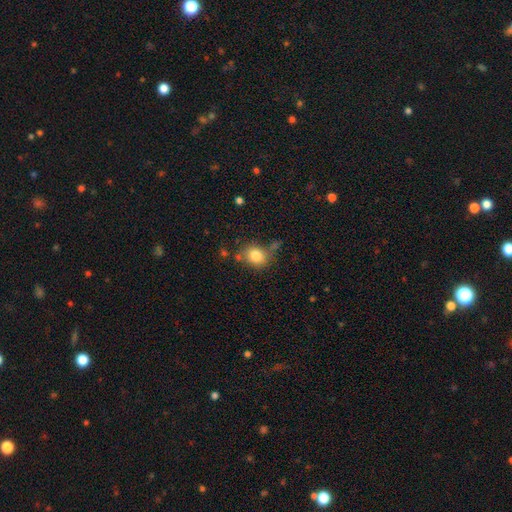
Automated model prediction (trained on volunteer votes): A smooth galaxy with no disk features (81%) that is round (61%). Merging: none (66%).